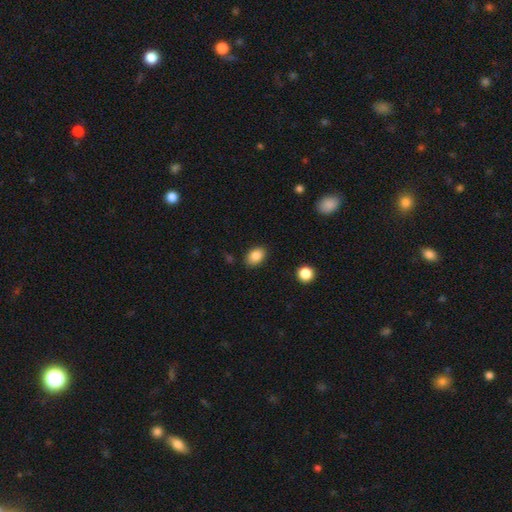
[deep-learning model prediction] Smooth or featured? smooth (85%)
How rounded? in between (79%)
Merging? none (85%)